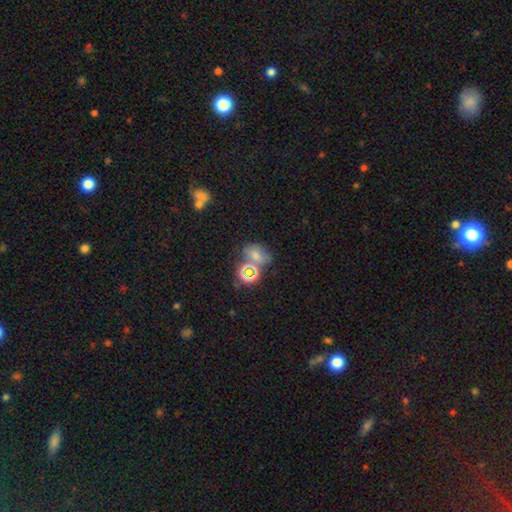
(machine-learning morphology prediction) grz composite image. It shows a smooth galaxy with no disk features (59%) that is in between round and cigar-shaped (58%). Merging: none (49%).